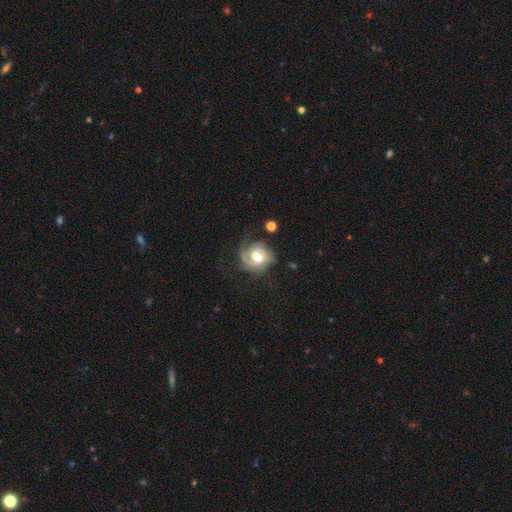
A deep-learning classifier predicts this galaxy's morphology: Smooth or featured: featured or disk — 65% (smooth — 27%)
Edge-on disk: no — 97% (yes — 3%)
Bar: no — 44% (weak — 43%)
Spiral arms: yes — 81% (no — 19%)
Spiral winding: tight — 44% (medium — 37%)
Spiral arm count: 2 — 39% (can't tell — 23%)
Bulge size: moderate — 62% (large — 23%)
Merging: none — 51% (minor disturbance — 23%)